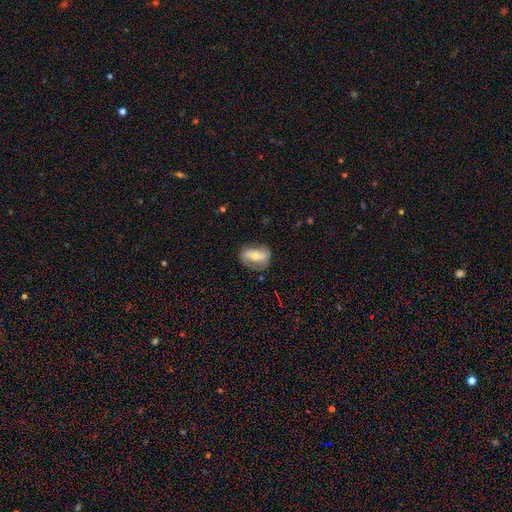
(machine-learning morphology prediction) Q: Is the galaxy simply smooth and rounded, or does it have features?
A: featured or disk — 51%.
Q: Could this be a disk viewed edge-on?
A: no — 88%.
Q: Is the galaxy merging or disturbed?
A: none — 68%.